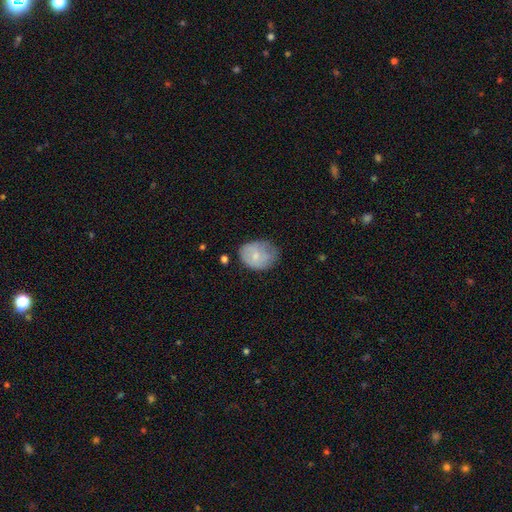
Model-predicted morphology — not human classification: Smooth or featured? smooth (70%)
How rounded? in between (65%)
Merging? none (48%)